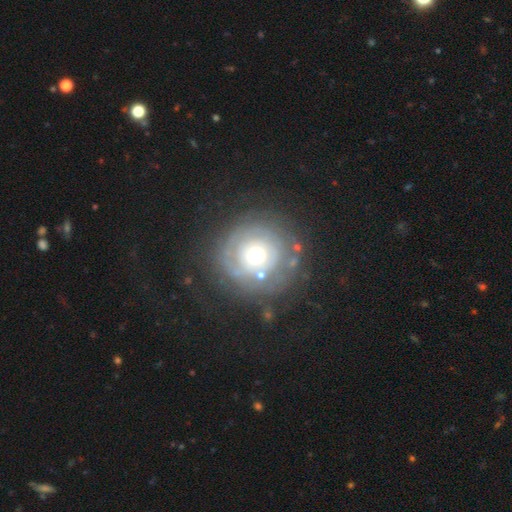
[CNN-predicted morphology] Overall: featured or disk (61%; smooth 31%). Edge-on disk: no (97%). Bar: no (89%). Spiral arms: yes (52%; no 48%). Bulge size: moderate (53%; small 36%). Merging: none (71%).